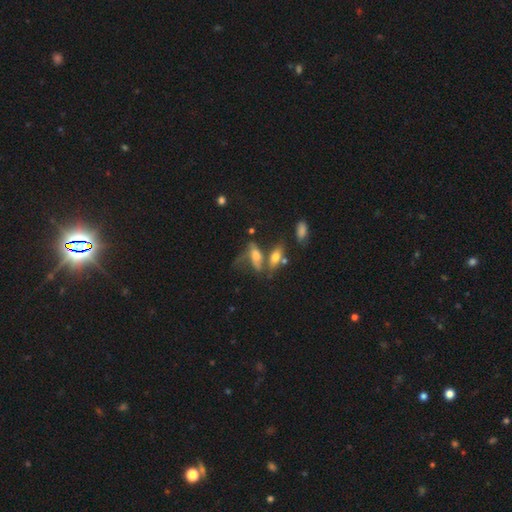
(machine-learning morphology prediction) Smooth or featured? Predicted: smooth (p=0.49). Merging? Predicted: merger (p=0.33).